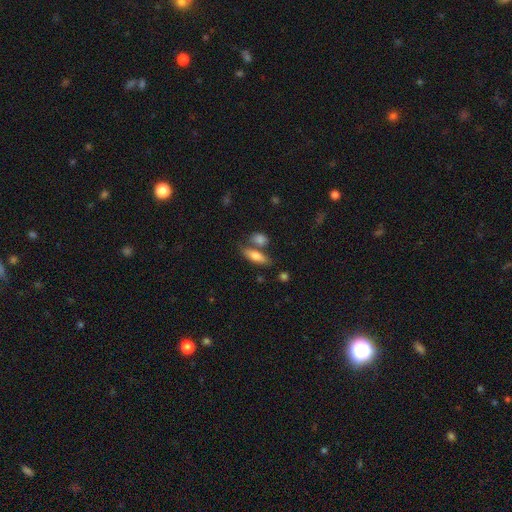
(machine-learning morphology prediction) smooth 73%, featured or disk 20%, star or artifact 7%. Down the decision tree: how rounded — in between (59%); merging — none (62%).